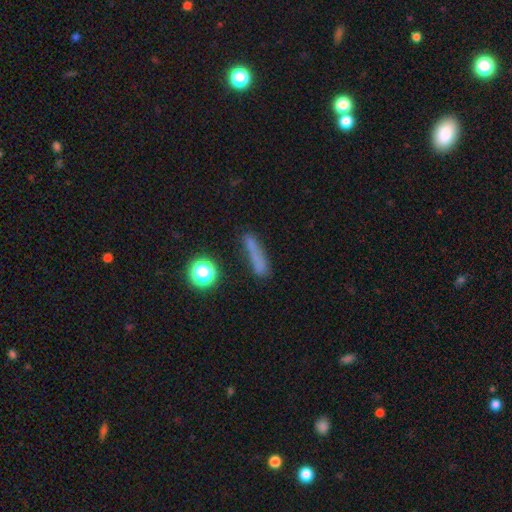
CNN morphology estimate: type=smooth (63%); roundness=cigar-shaped (79%); merging=none (65%).